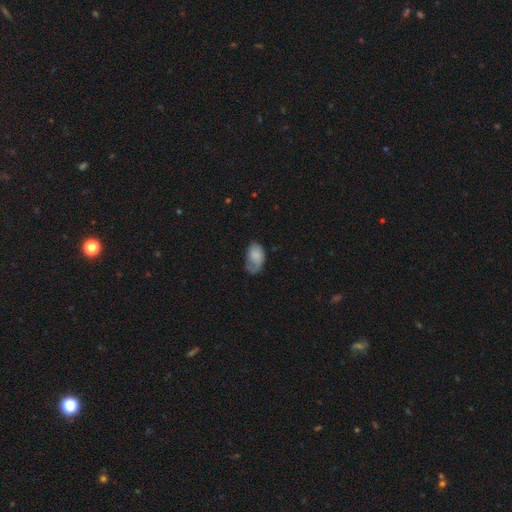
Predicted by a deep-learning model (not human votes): Q: Smooth or featured?
A: smooth (73%); runner-up: featured or disk (19%)
Q: How rounded?
A: in between (91%); runner-up: round (8%)
Q: Merging?
A: none (37%); runner-up: minor disturbance (35%)